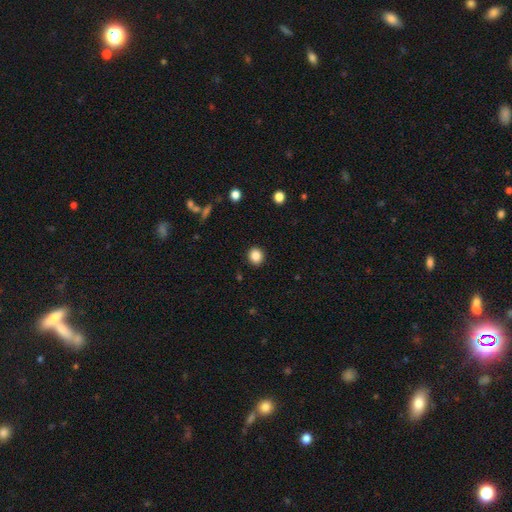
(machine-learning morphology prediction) Q: Smooth or featured?
A: smooth (86%); runner-up: star or artifact (10%)
Q: How rounded?
A: round (82%); runner-up: in between (17%)
Q: Merging?
A: none (92%); runner-up: minor disturbance (5%)